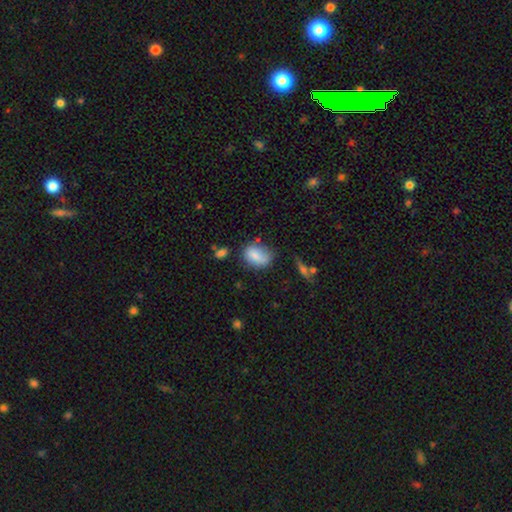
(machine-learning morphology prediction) A smooth galaxy with no disk features (81%) that is in between round and cigar-shaped (78%). Merging: none (56%).